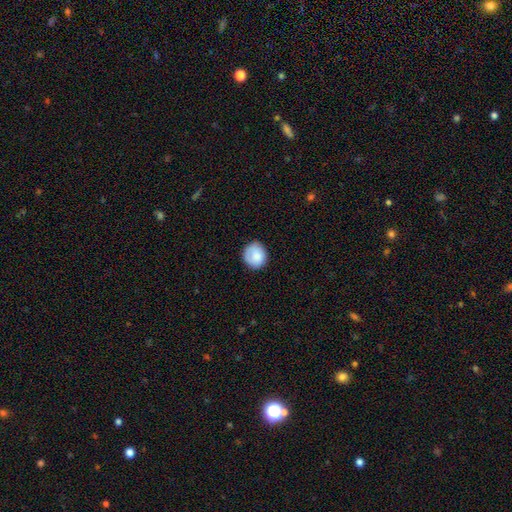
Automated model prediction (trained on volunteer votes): A smooth galaxy with no disk features (83%) that is round (87%). Merging: none (79%).